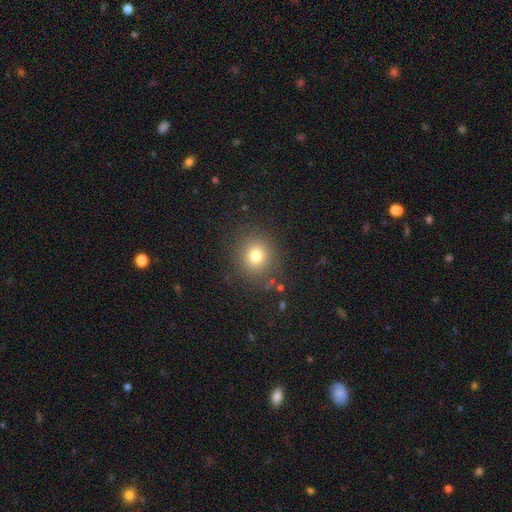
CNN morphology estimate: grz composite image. It shows a smooth galaxy with no disk features (76%) that is round (85%). Merging: none (85%).